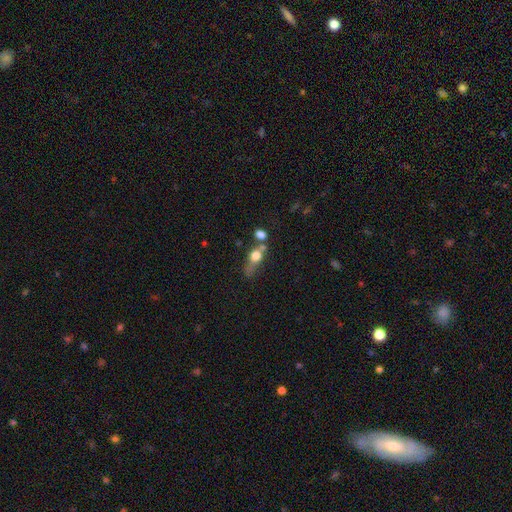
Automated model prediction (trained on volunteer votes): Smooth or featured: smooth — 59% (featured or disk — 30%)
How rounded: in between — 46% (round — 35%)
Merging: merger — 36% (none — 32%)